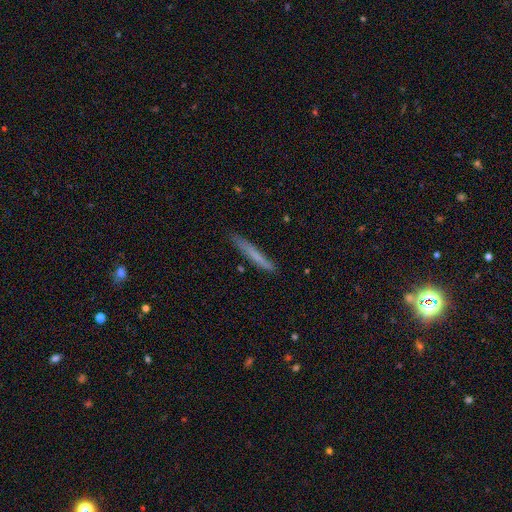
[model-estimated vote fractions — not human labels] smooth_or_featured: smooth (p=0.65) [alt: featured or disk p=0.28]
how_rounded: cigar-shaped (p=0.96) [alt: in between p=0.03]
merging: none (p=0.83) [alt: minor disturbance p=0.13]